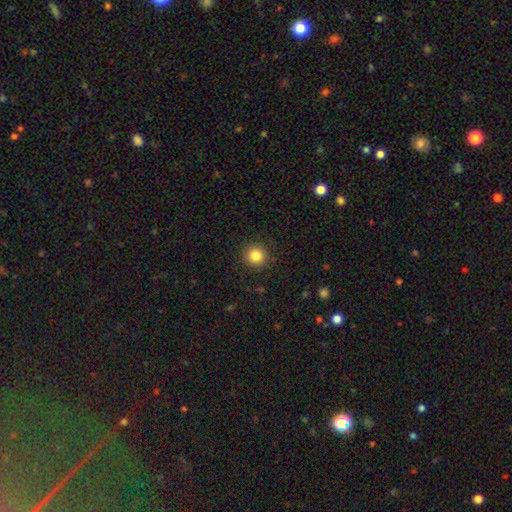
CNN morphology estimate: Smooth or featured: smooth — 85% (star or artifact — 11%)
How rounded: round — 92% (in between — 7%)
Merging: none — 91% (minor disturbance — 6%)